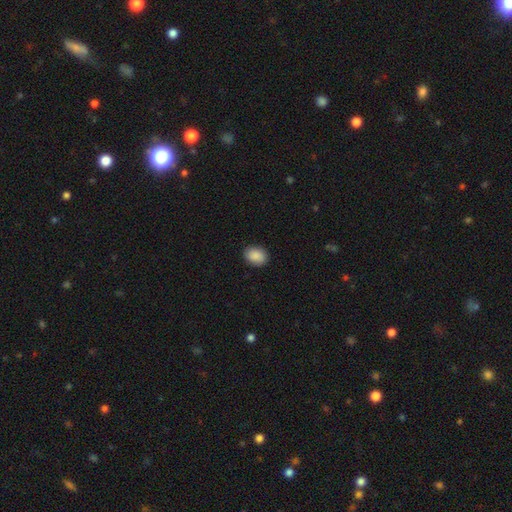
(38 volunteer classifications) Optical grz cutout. It shows a smooth galaxy with no disk features (95%) that is in between round and cigar-shaped (67%). Merging: none (92%).